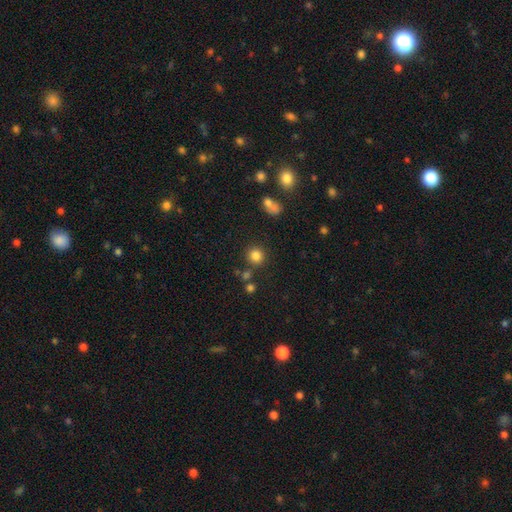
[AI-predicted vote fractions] smooth 82%, star or artifact 13%, featured or disk 6%. Down the decision tree: how rounded — round (91%); merging — none (80%).